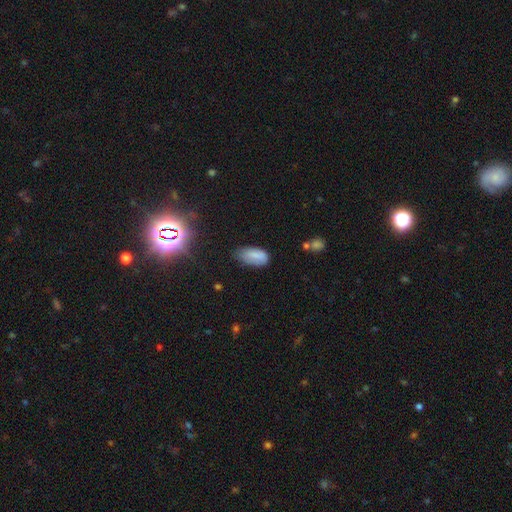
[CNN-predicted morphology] smooth_or_featured: smooth (p=0.79) [alt: featured or disk p=0.12]
how_rounded: in between (p=0.90) [alt: cigar-shaped p=0.07]
merging: none (p=0.48) [alt: minor disturbance p=0.40]